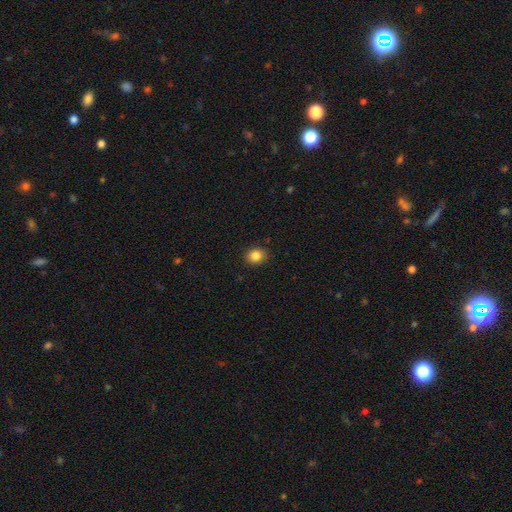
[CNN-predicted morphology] Overall: smooth (84%). How rounded: round (62%; in between 37%). Merging: none (90%).